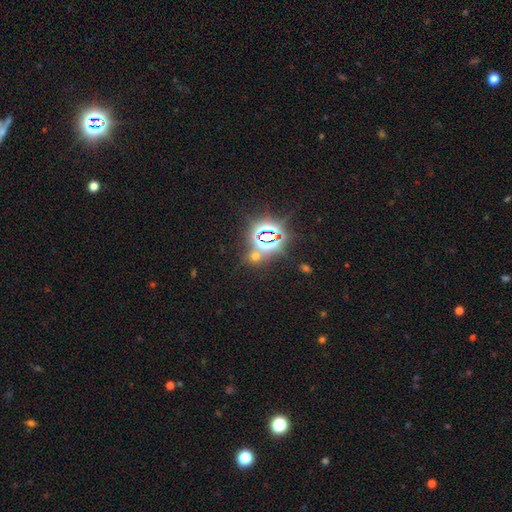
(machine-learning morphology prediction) smooth_or_featured: star or artifact (p=0.65) [alt: smooth p=0.27]